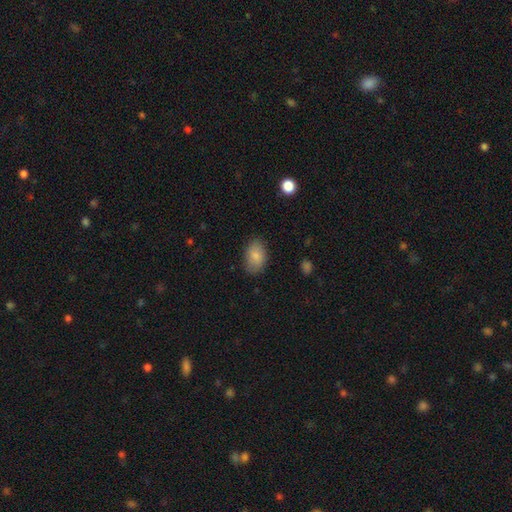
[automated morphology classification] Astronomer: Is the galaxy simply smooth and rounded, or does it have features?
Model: smooth — 84%.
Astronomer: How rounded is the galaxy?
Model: in between — 89%.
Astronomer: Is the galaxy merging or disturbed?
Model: none — 80%.